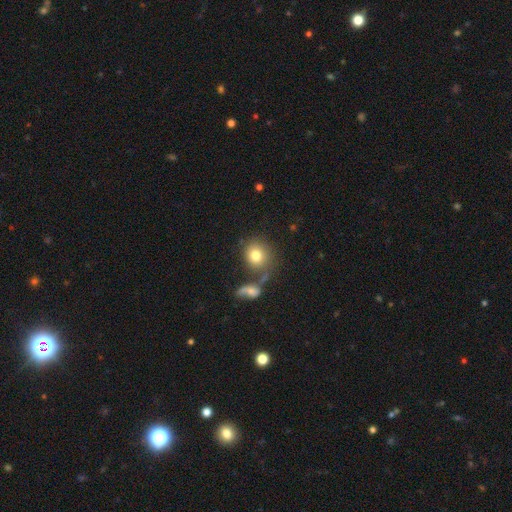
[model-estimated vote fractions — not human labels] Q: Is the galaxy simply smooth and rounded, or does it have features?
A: smooth — 78%.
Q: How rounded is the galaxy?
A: round — 78%.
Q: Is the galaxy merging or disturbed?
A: none — 53%.